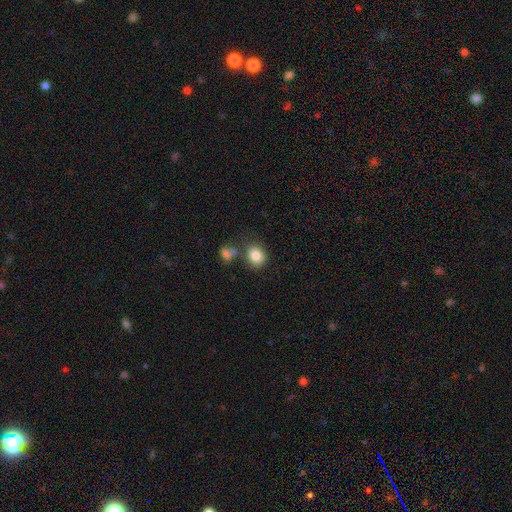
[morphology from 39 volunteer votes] smooth-or-featured: smooth: 92% | star or artifact: 8% | featured or disk: 0%
  how-rounded: round: 69% | in between: 31% | cigar-shaped: 0%
  merging: none: 58% | merger: 17% | minor disturbance: 14% | major disturbance: 11%